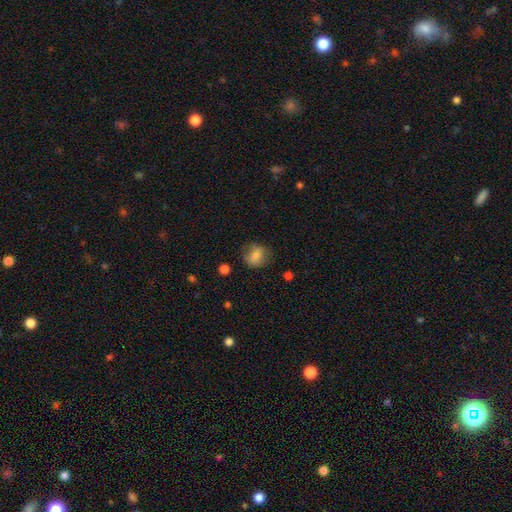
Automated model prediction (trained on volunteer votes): smooth_or_featured: smooth (p=0.76) [alt: featured or disk p=0.15]
how_rounded: round (p=0.67) [alt: in between p=0.32]
merging: none (p=0.68) [alt: minor disturbance p=0.21]